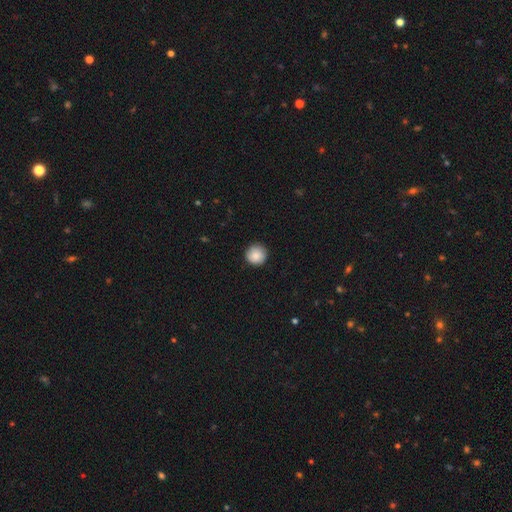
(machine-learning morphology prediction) A smooth galaxy with no disk features (85%) that is round (95%).

Vote fractions:
- Smooth or featured? smooth: 85% / star or artifact: 8% / featured or disk: 7%
- How rounded? round: 95% / in between: 4% / cigar-shaped: 1%
- Merging? none: 90% / minor disturbance: 7% / major disturbance: 2% / merger: 1%